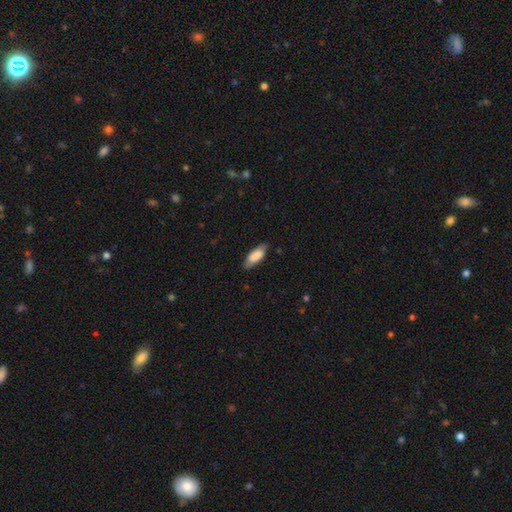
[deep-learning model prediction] Smooth or featured: smooth — 82% (featured or disk — 12%)
How rounded: in between — 70% (cigar-shaped — 28%)
Merging: none — 77% (minor disturbance — 18%)